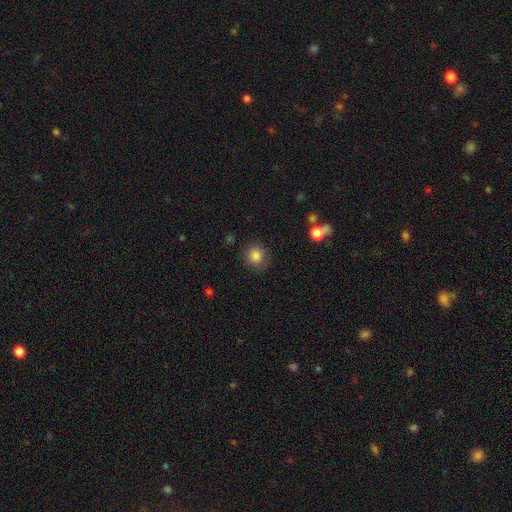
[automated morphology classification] Q: Smooth or featured?
A: smooth (85%); runner-up: star or artifact (10%)
Q: How rounded?
A: round (87%); runner-up: in between (12%)
Q: Merging?
A: none (84%); runner-up: minor disturbance (10%)